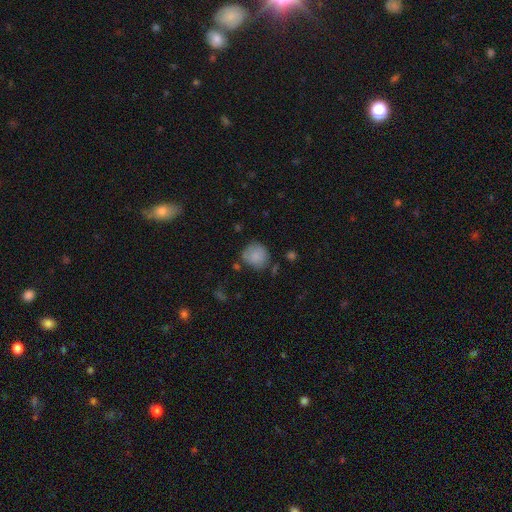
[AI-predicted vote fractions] Overall: smooth (84%). How rounded: round (85%). Merging: none (67%).